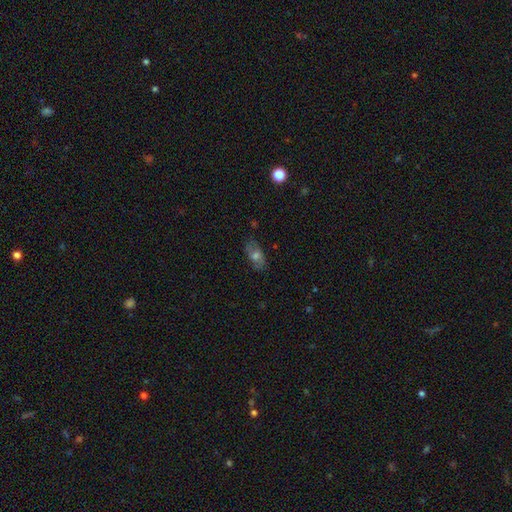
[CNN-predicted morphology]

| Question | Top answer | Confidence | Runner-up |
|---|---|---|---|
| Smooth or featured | featured or disk | 45% | smooth (44%) |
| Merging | none | 79% | minor disturbance (16%) |